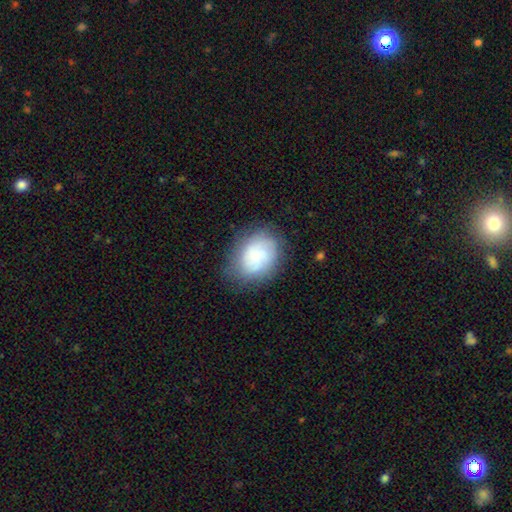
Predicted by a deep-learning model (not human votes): Q: Smooth or featured?
A: smooth (66%); runner-up: featured or disk (25%)
Q: How rounded?
A: in between (58%); runner-up: round (41%)
Q: Merging?
A: none (74%); runner-up: minor disturbance (18%)